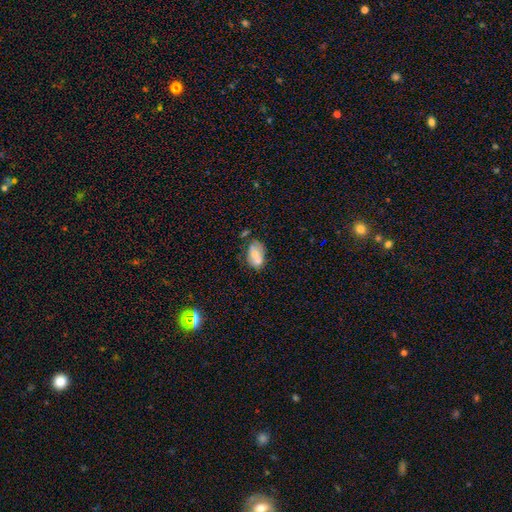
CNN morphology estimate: Smooth or featured?
  - smooth: 59% *
  - featured or disk: 32%
  - star or artifact: 9%
How rounded?
  - in between: 83% *
  - round: 15%
  - cigar-shaped: 2%
Merging?
  - merger: 42% *
  - none: 33%
  - minor disturbance: 17%
  - major disturbance: 8%